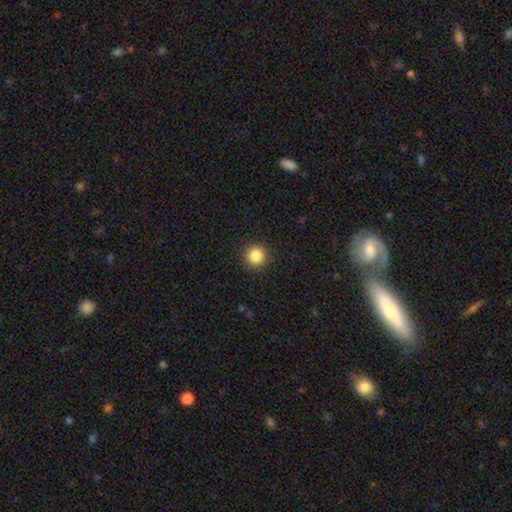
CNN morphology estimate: type=smooth (86%); roundness=round (95%); merging=none (92%).